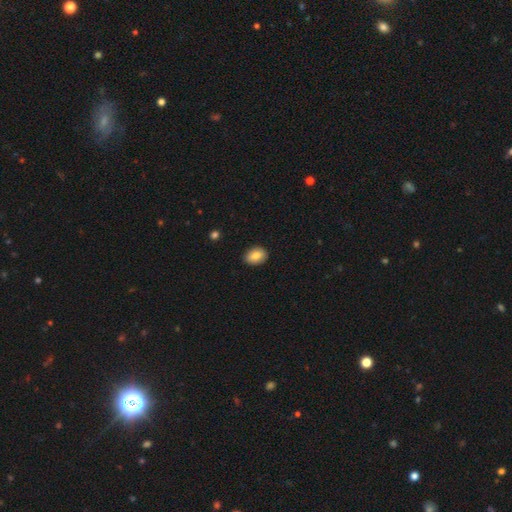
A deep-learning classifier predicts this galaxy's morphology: smooth 85%, featured or disk 8%, star or artifact 7%. Down the decision tree: how rounded — in between (79%); merging — none (88%).